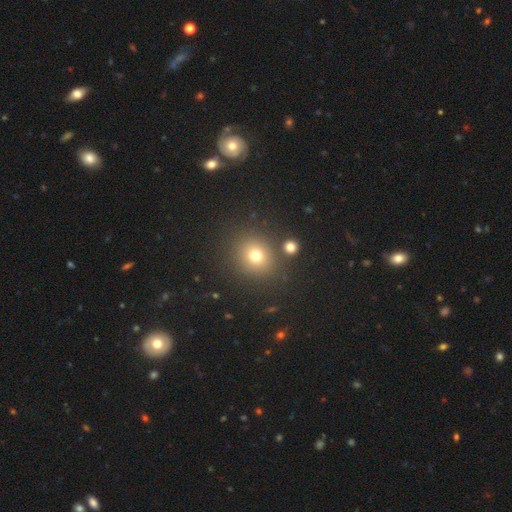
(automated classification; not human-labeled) smooth 73%, star or artifact 17%, featured or disk 9%. Down the decision tree: how rounded — round (82%); merging — none (83%).